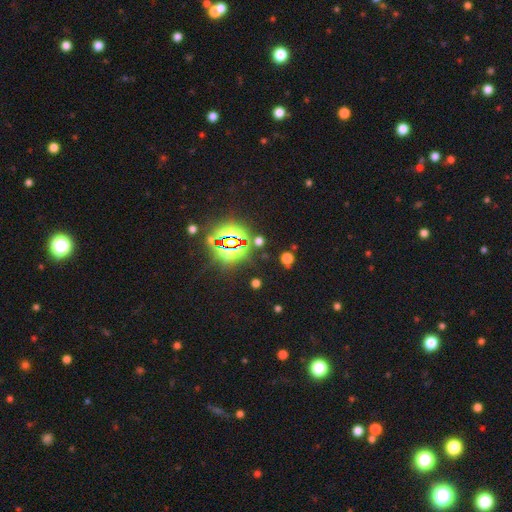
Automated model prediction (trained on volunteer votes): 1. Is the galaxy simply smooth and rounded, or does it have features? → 84% star or artifact, 10% smooth, 7% featured or disk.